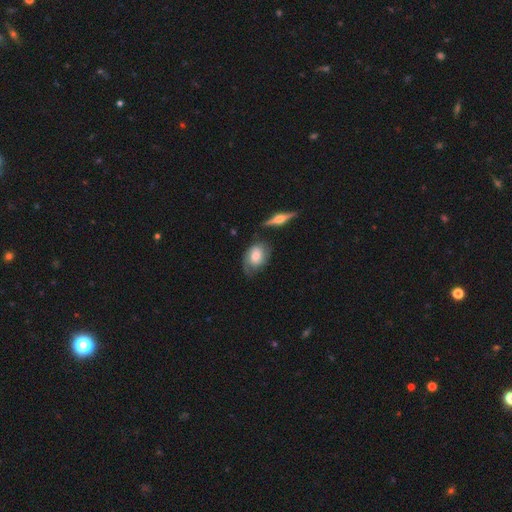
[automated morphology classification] Overall: featured or disk (48%; smooth 45%). Merging: none (54%; minor disturbance 29%).